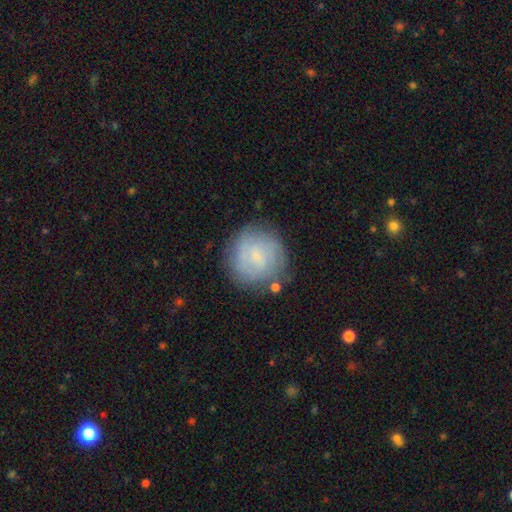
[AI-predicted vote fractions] featured or disk 50%, smooth 42%, star or artifact 9%. Down the decision tree: merging — none (79%).